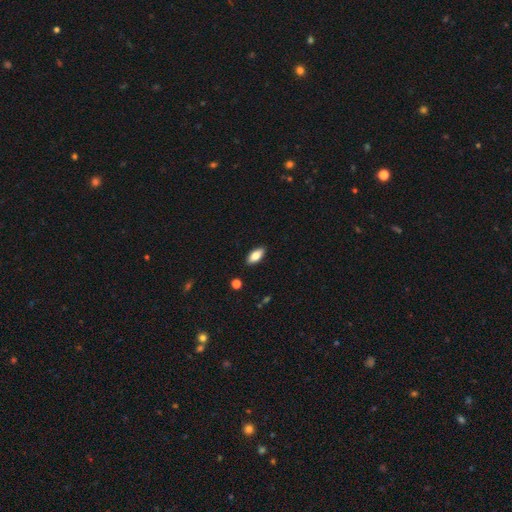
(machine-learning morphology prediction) A smooth galaxy with no disk features (79%) that is in between round and cigar-shaped (89%). Merging: none (89%).